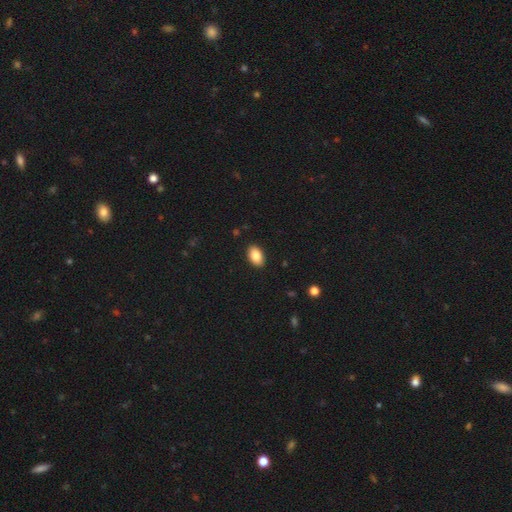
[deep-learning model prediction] Smooth or featured? smooth (85%)
How rounded? in between (93%)
Merging? none (90%)